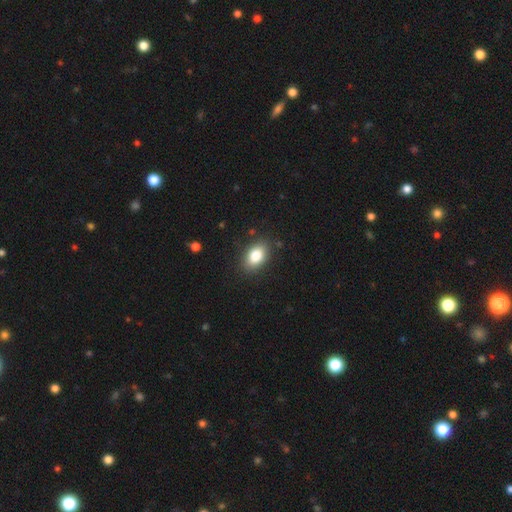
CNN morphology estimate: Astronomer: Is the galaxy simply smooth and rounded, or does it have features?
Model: smooth — 83%.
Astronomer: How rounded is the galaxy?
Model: in between — 85%.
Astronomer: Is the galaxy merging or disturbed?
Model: none — 86%.